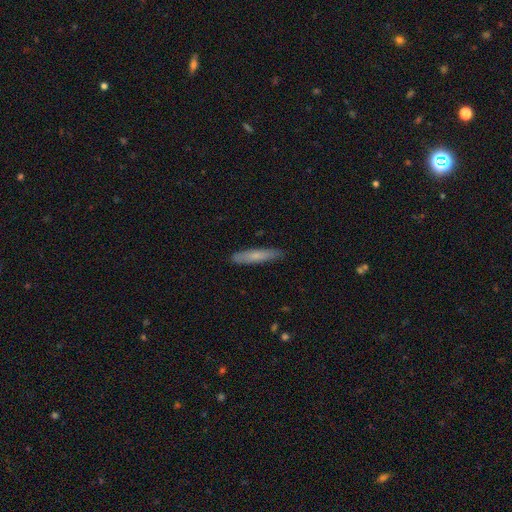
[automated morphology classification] smooth_or_featured: smooth (p=0.68) [alt: featured or disk p=0.26]
how_rounded: cigar-shaped (p=0.90) [alt: in between p=0.08]
merging: none (p=0.87) [alt: minor disturbance p=0.10]